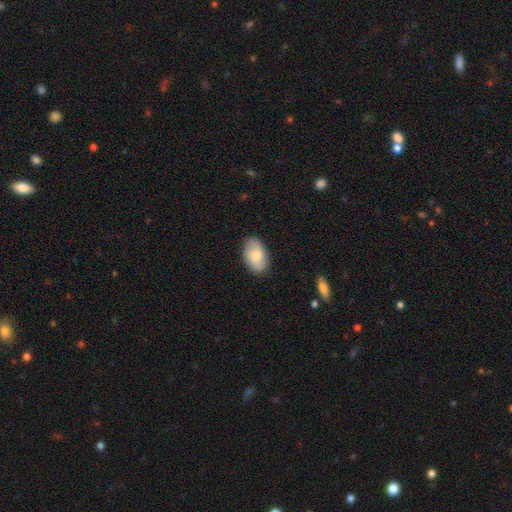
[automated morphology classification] Smooth or featured? smooth (74%)
How rounded? in between (92%)
Merging? none (83%)